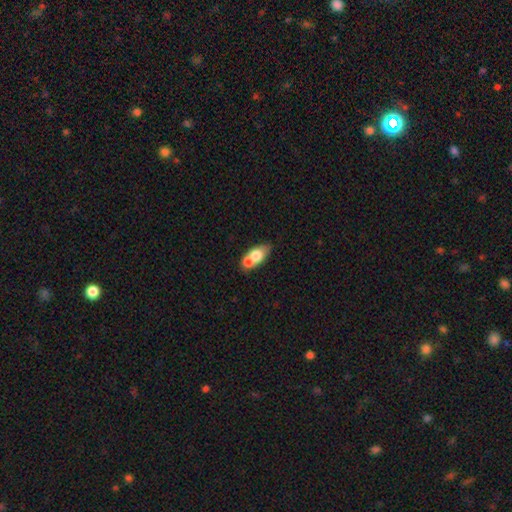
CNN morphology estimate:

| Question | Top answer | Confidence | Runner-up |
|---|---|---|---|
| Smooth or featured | smooth | 67% | featured or disk (25%) |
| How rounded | in between | 76% | round (16%) |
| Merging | merger | 57% | none (29%) |